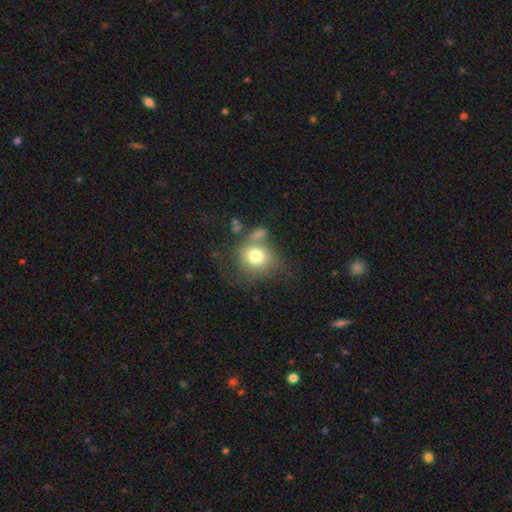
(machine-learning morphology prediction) smooth-or-featured: smooth: 75% | featured or disk: 14% | star or artifact: 11%
  how-rounded: round: 78% | in between: 21% | cigar-shaped: 1%
  merging: none: 51% | merger: 19% | minor disturbance: 18% | major disturbance: 12%